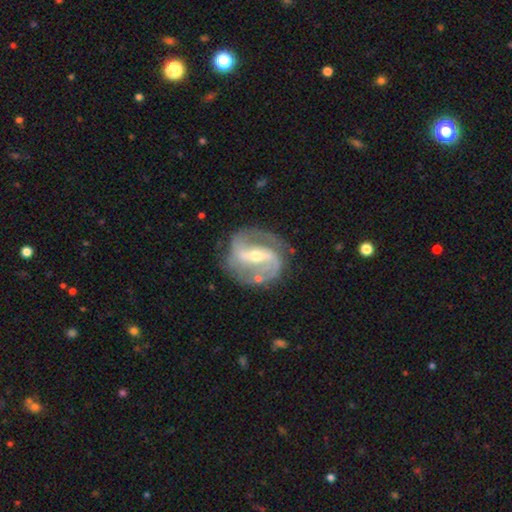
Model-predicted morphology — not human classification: Q: Smooth or featured?
A: featured or disk (89%); runner-up: smooth (6%)
Q: Edge-on disk?
A: no (97%); runner-up: yes (3%)
Q: Bar?
A: strong (56%); runner-up: weak (31%)
Q: Spiral arms?
A: yes (96%); runner-up: no (4%)
Q: Spiral winding?
A: medium (52%); runner-up: tight (29%)
Q: Spiral arm count?
A: 2 (87%); runner-up: can't tell (4%)
Q: Bulge size?
A: moderate (54%); runner-up: small (43%)
Q: Merging?
A: none (77%); runner-up: minor disturbance (15%)